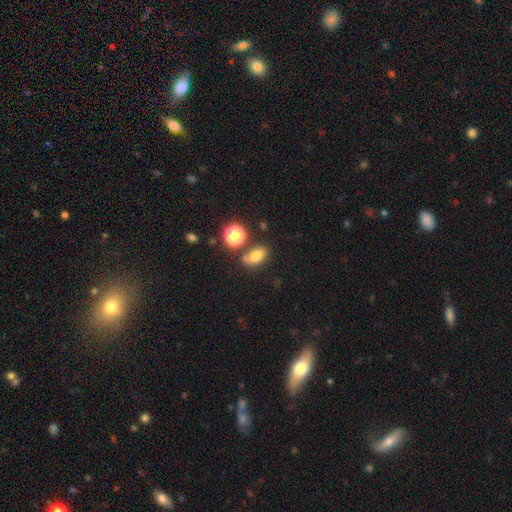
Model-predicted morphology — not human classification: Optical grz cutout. It shows a smooth galaxy with no disk features (74%) that is in between round and cigar-shaped (78%). Merging: none (66%).